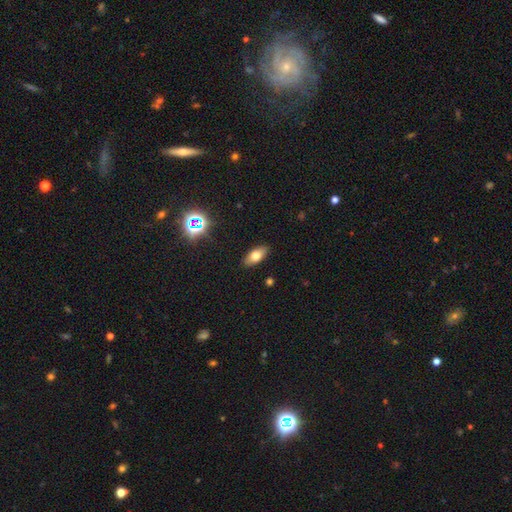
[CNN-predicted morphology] A smooth galaxy with no disk features (68%) that is in between round and cigar-shaped (84%). Merging: none (88%).